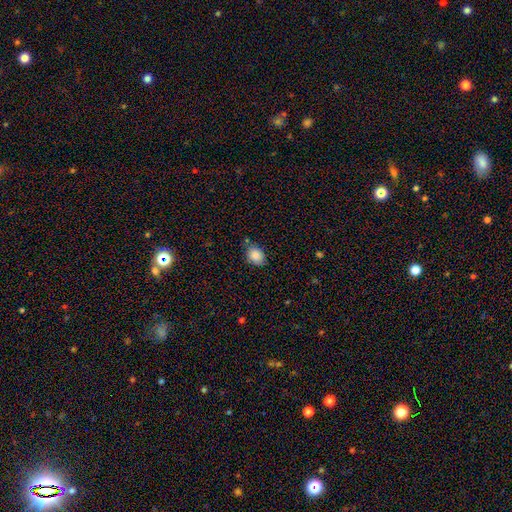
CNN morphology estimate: Smooth or featured? smooth (87%)
How rounded? in between (60%)
Merging? none (75%)